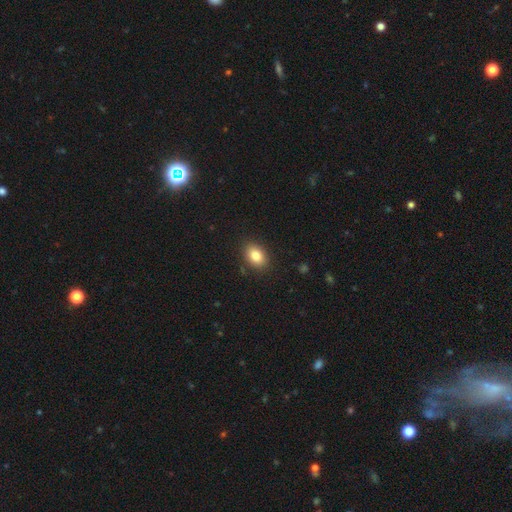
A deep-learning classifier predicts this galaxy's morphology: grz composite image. It shows a smooth galaxy with no disk features (83%) that is in between round and cigar-shaped (79%). Merging: none (87%).